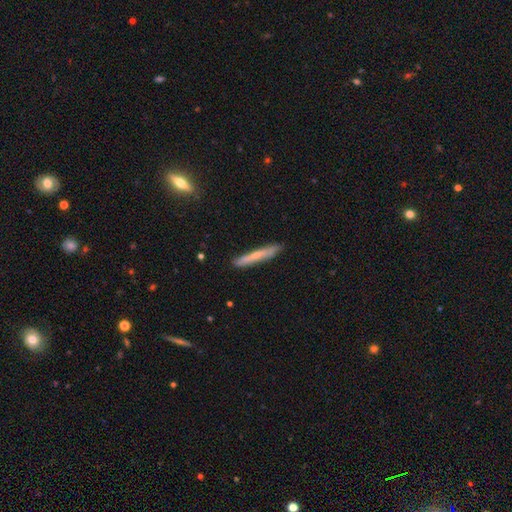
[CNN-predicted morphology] Overall: smooth (53%; featured or disk 41%). How rounded: cigar-shaped (95%). Merging: none (86%).